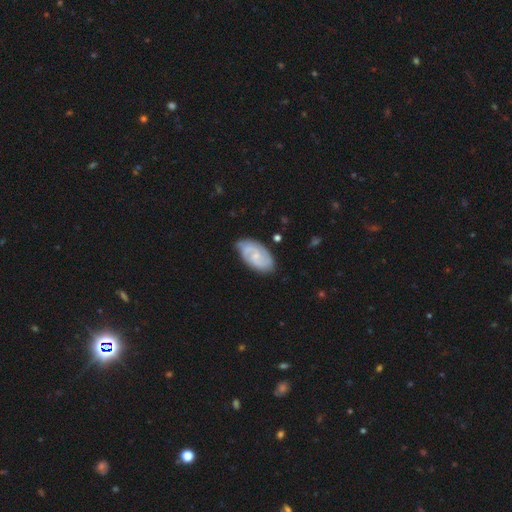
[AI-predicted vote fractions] smooth_or_featured: featured or disk (p=0.76) [alt: smooth p=0.19]
disk_edge_on: no (p=0.96) [alt: yes p=0.04]
bar: no (p=0.55) [alt: weak p=0.40]
has_spiral_arms: yes (p=0.94) [alt: no p=0.06]
spiral_winding: tight (p=0.49) [alt: medium p=0.40]
spiral_arm_count: 2 (p=0.67) [alt: can't tell p=0.15]
bulge_size: small (p=0.66) [alt: moderate p=0.23]
merging: none (p=0.76) [alt: minor disturbance p=0.18]